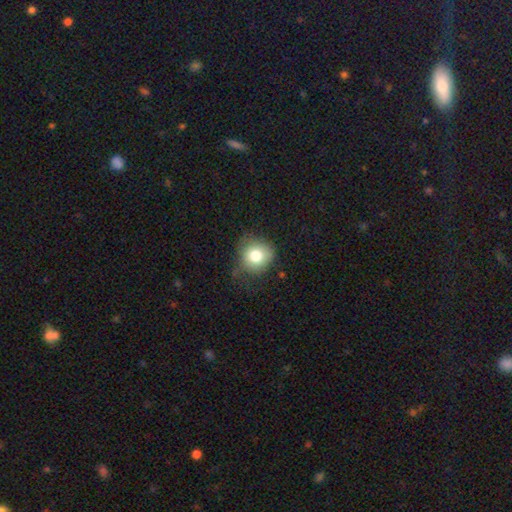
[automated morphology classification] A smooth galaxy with no disk features (78%) that is round (85%).

Vote fractions:
- Smooth or featured? smooth: 78% / featured or disk: 11% / star or artifact: 10%
- How rounded? round: 85% / in between: 14% / cigar-shaped: 1%
- Merging? none: 59% / minor disturbance: 29% / major disturbance: 9% / merger: 2%